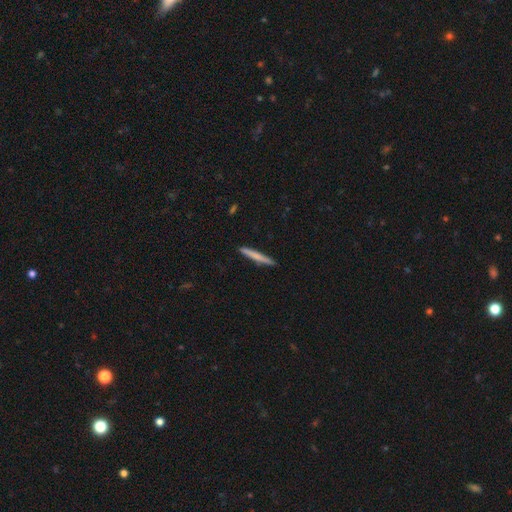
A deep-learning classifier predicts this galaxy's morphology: Smooth or featured: smooth — 65% (featured or disk — 29%)
How rounded: cigar-shaped — 96% (in between — 2%)
Merging: none — 91% (minor disturbance — 7%)